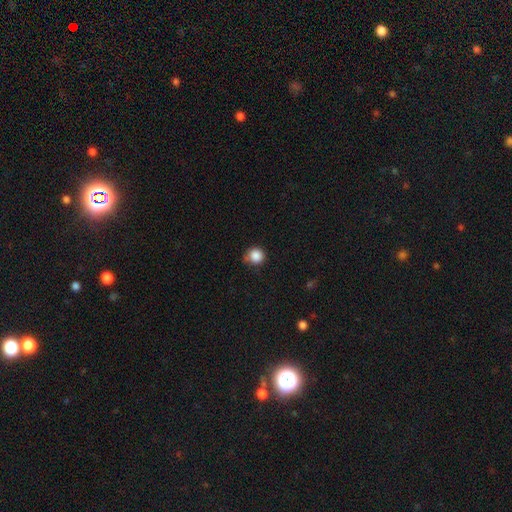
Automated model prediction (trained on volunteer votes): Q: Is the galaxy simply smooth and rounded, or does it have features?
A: smooth — 86%.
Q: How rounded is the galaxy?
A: round — 90%.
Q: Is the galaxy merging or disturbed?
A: none — 69%.